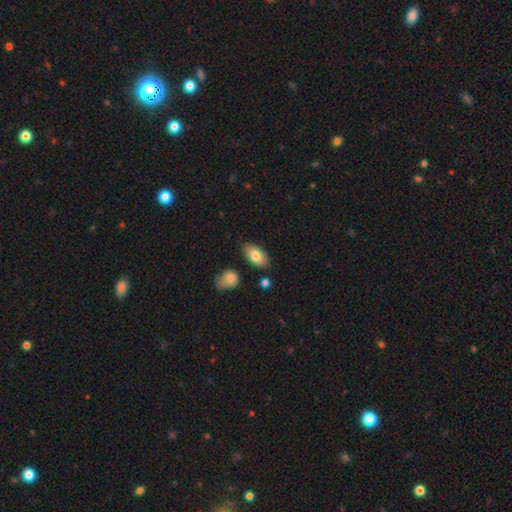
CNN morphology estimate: type=smooth (81%); roundness=in between (93%); merging=none (81%).